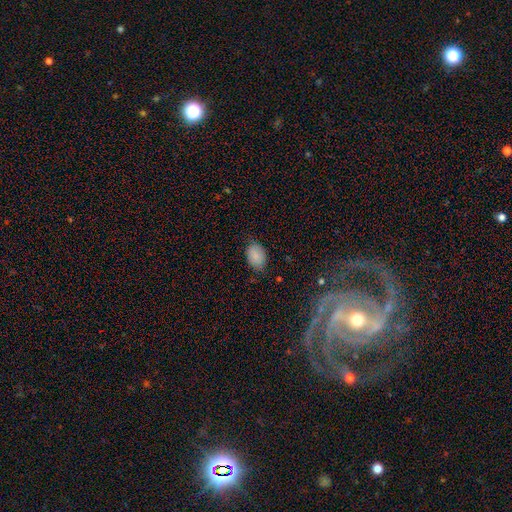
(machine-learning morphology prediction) The model was most divided on "merging": none: 74%, minor disturbance: 21%, major disturbance: 4%, merger: 1%. More confident: smooth or featured — smooth (86%); how rounded — in between (83%).